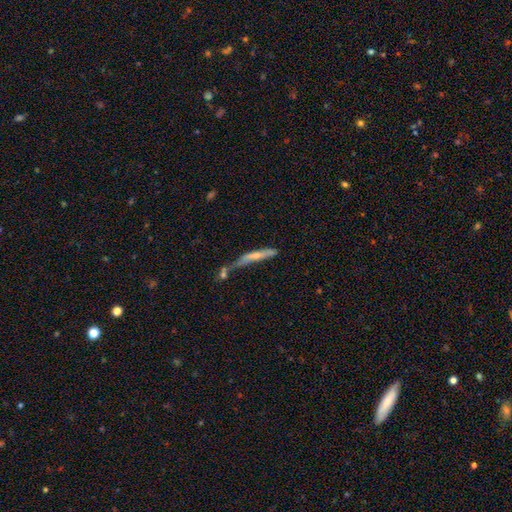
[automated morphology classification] A smooth galaxy with no disk features (48%). Merging: none (34%).